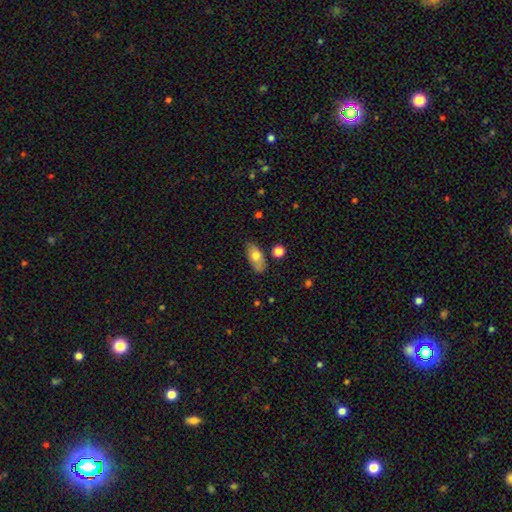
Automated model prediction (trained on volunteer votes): Morphology: type=smooth (69%); roundness=in between (89%); merging=none (74%).